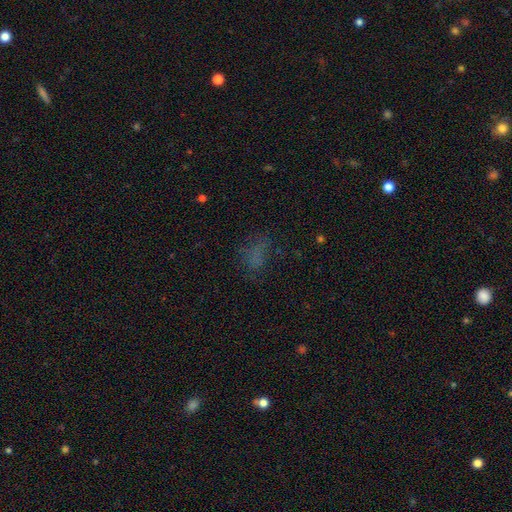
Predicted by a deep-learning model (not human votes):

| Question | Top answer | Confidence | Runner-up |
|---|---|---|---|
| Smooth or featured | smooth | 55% | star or artifact (28%) |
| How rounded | in between | 77% | round (18%) |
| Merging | none | 55% | major disturbance (22%) |